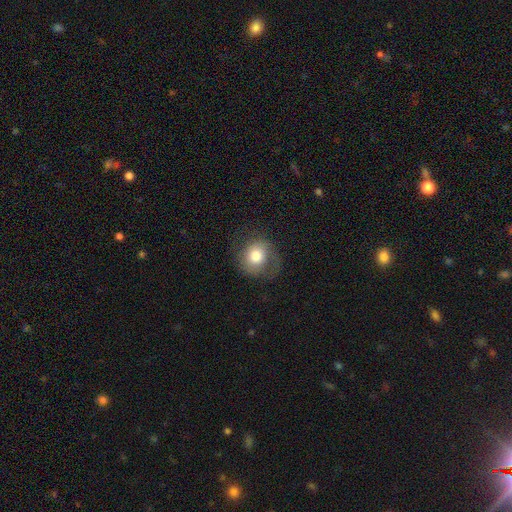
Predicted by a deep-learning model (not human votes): Q: Smooth or featured?
A: smooth (67%); runner-up: featured or disk (24%)
Q: How rounded?
A: round (76%); runner-up: in between (23%)
Q: Merging?
A: none (63%); runner-up: minor disturbance (20%)